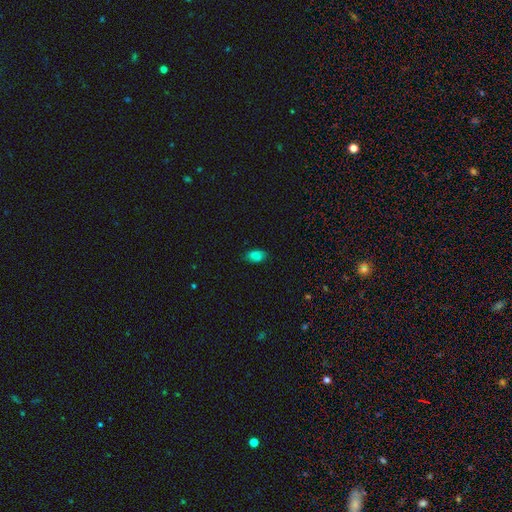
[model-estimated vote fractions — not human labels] smooth_or_featured: smooth (p=0.82) [alt: star or artifact p=0.13]
how_rounded: in between (p=0.91) [alt: round p=0.07]
merging: none (p=0.78) [alt: minor disturbance p=0.18]